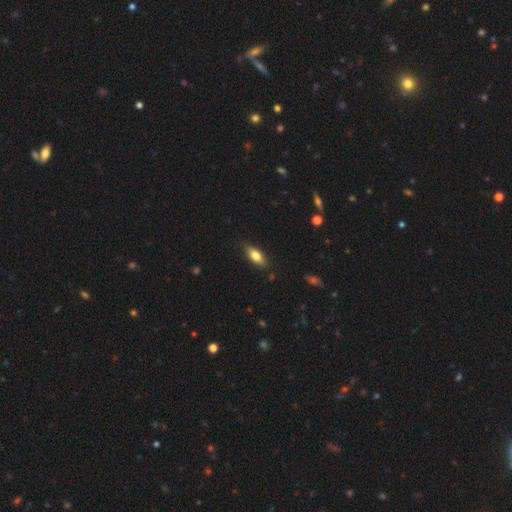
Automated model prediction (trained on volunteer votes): smooth-or-featured: smooth: 76% | featured or disk: 17% | star or artifact: 7%
  how-rounded: in between: 77% | cigar-shaped: 20% | round: 3%
  merging: none: 83% | minor disturbance: 13% | major disturbance: 2% | merger: 1%